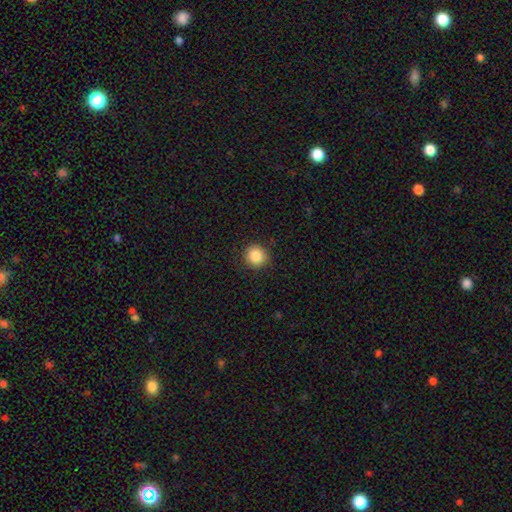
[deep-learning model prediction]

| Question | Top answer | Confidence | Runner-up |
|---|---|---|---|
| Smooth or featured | smooth | 86% | star or artifact (10%) |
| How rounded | round | 92% | in between (7%) |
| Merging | none | 89% | minor disturbance (7%) |